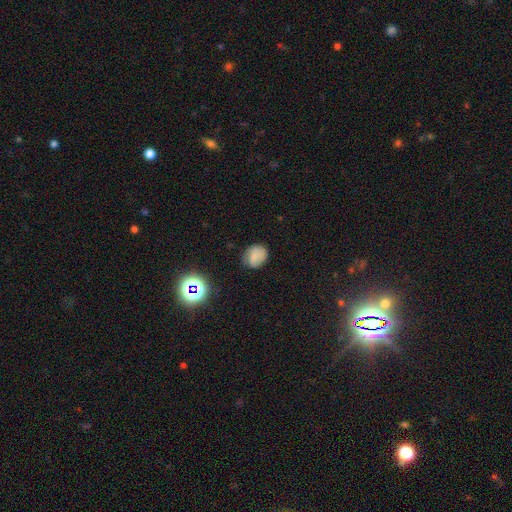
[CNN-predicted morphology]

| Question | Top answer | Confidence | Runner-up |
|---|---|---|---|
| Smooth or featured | smooth | 65% | featured or disk (20%) |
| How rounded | round | 59% | in between (40%) |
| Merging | none | 66% | minor disturbance (24%) |